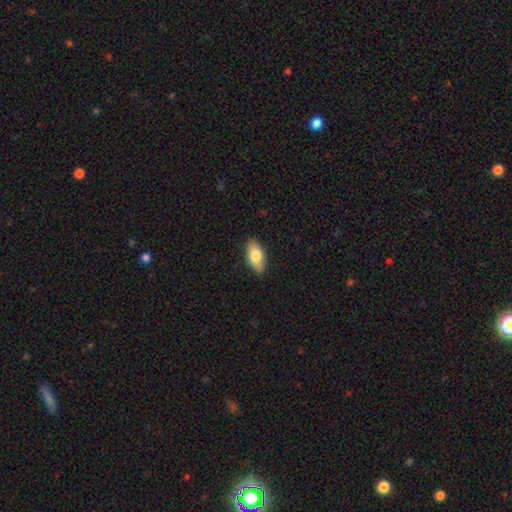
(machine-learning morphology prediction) The model was most divided on "smooth or featured": smooth: 76%, featured or disk: 18%, star or artifact: 6%. More confident: how rounded — in between (88%); merging — none (88%).